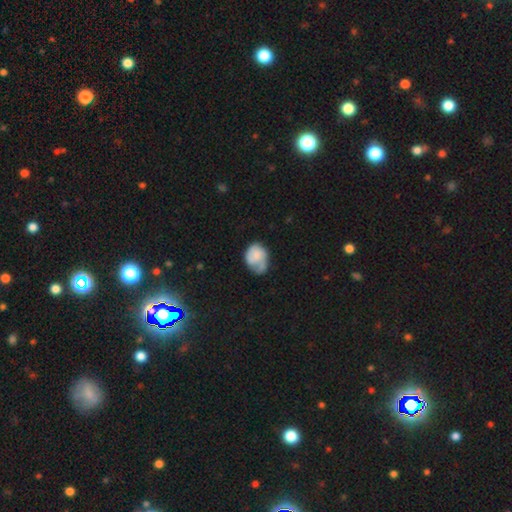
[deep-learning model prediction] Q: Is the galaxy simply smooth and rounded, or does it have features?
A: smooth — 58%.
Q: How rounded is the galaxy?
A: in between — 64%.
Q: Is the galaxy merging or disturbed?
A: minor disturbance — 38%.